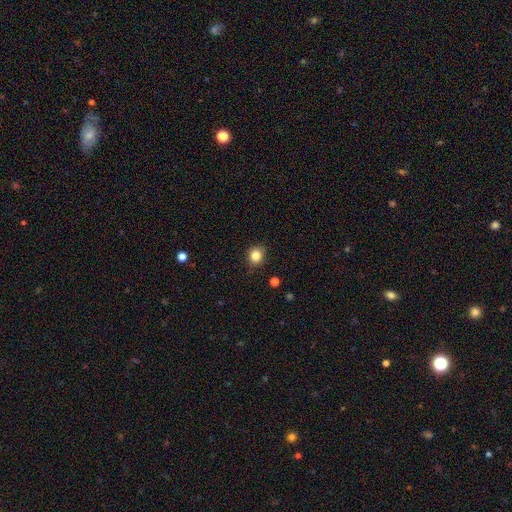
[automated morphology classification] smooth 84%, star or artifact 11%, featured or disk 6%. Down the decision tree: how rounded — round (76%); merging — none (87%).